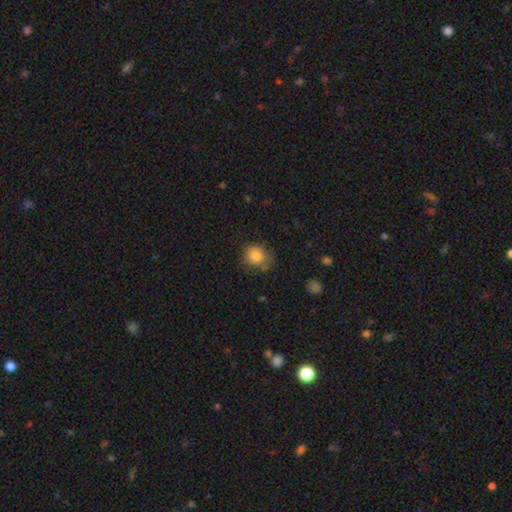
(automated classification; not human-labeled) A smooth galaxy with no disk features (83%) that is round (72%). Merging: none (67%).